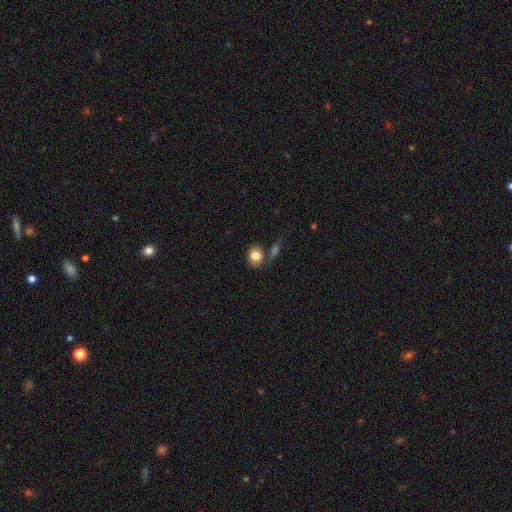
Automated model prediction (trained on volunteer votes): A smooth galaxy with no disk features (83%) that is round (64%). Merging: none (61%).